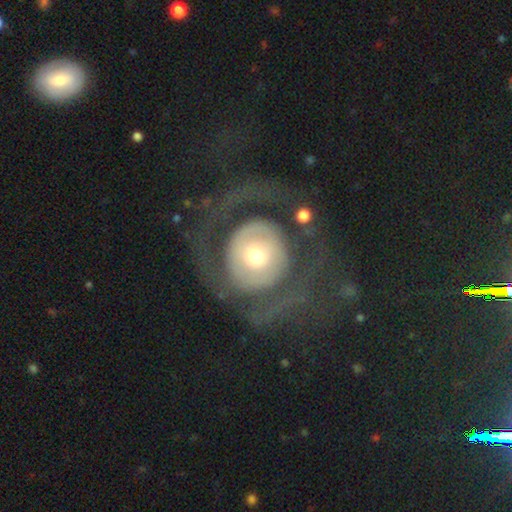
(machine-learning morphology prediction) smooth_or_featured: featured or disk (p=0.63) [alt: smooth p=0.31]
disk_edge_on: no (p=0.96) [alt: yes p=0.04]
bar: no (p=0.83) [alt: weak p=0.12]
has_spiral_arms: no (p=0.57) [alt: yes p=0.43]
bulge_size: moderate (p=0.57) [alt: small p=0.24]
merging: none (p=0.55) [alt: major disturbance p=0.30]